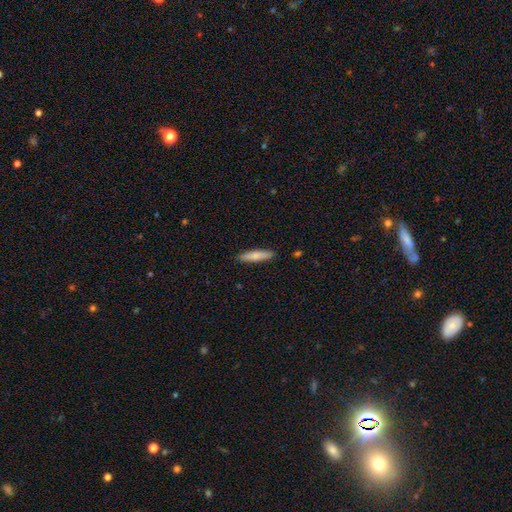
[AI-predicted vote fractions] Q: Smooth or featured?
A: smooth (79%); runner-up: featured or disk (16%)
Q: How rounded?
A: cigar-shaped (83%); runner-up: in between (15%)
Q: Merging?
A: none (90%); runner-up: minor disturbance (7%)